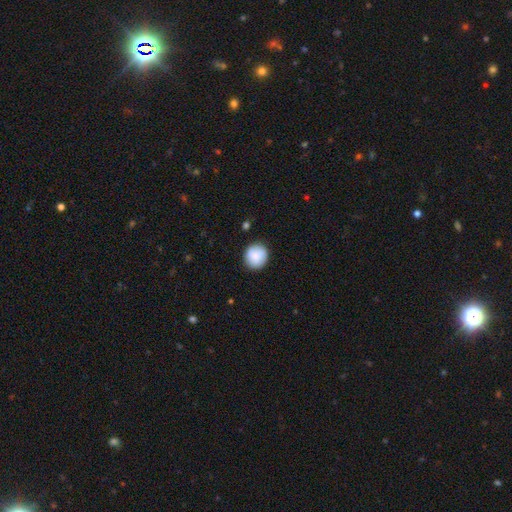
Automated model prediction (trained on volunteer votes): Smooth or featured: smooth — 86% (star or artifact — 7%)
How rounded: round — 90% (in between — 9%)
Merging: none — 87% (minor disturbance — 10%)